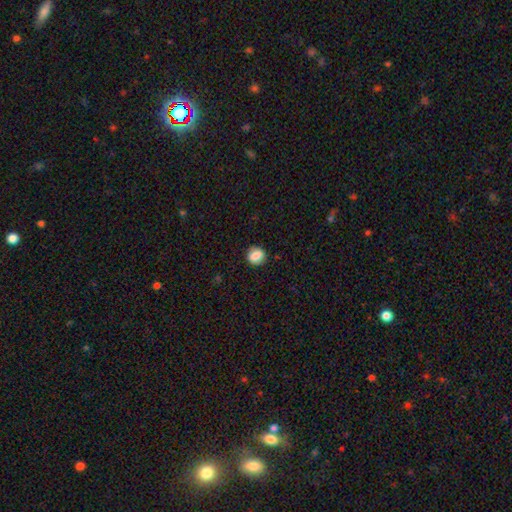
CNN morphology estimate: This appears to be a smooth galaxy with no disk features (79%) that is round (74%). Merging: none (86%).